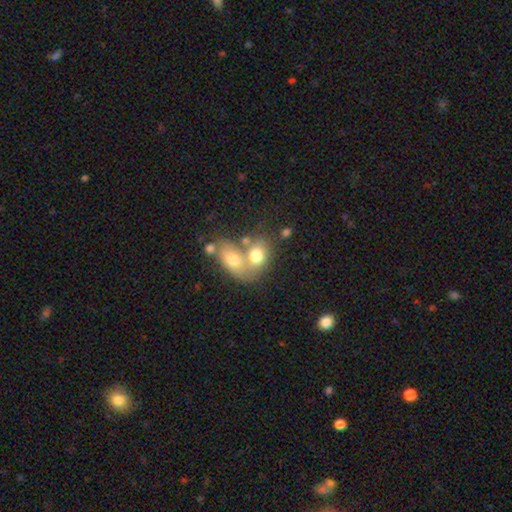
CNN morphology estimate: type=smooth (69%); roundness=in between (67%); merging=merger (64%).